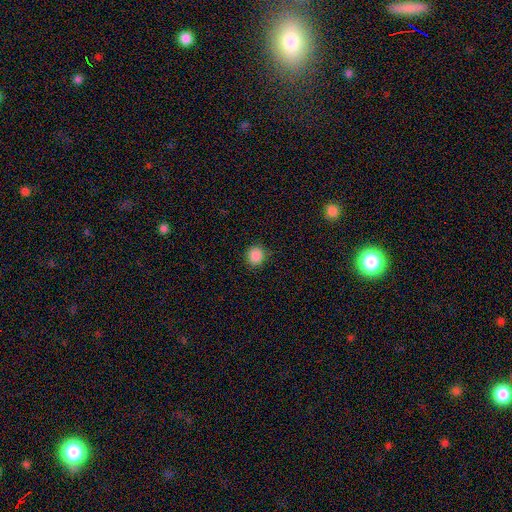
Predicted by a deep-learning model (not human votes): The model was most divided on "smooth or featured": smooth: 88%, star or artifact: 10%, featured or disk: 3%. More confident: merging — none (89%); how rounded — round (89%).